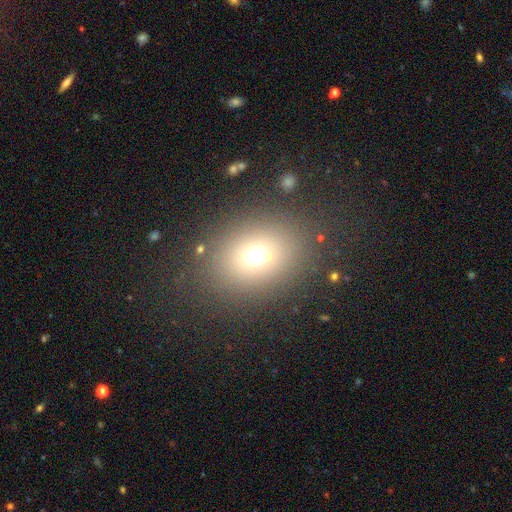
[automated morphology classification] Overall: smooth (65%). How rounded: round (63%; in between 36%). Merging: none (75%).